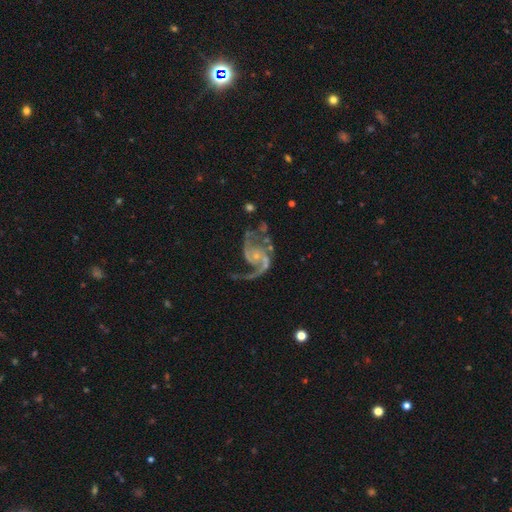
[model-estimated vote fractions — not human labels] Smooth or featured? Predicted: featured or disk (p=0.91). Edge-on disk? Predicted: no (p=0.98). Bar? Predicted: no (p=0.67). Spiral arms? Predicted: yes (p=0.97). Spiral winding? Predicted: medium (p=0.49). Spiral arm count? Predicted: 2 (p=0.89). Bulge size? Predicted: small (p=0.71). Merging? Predicted: none (p=0.53).